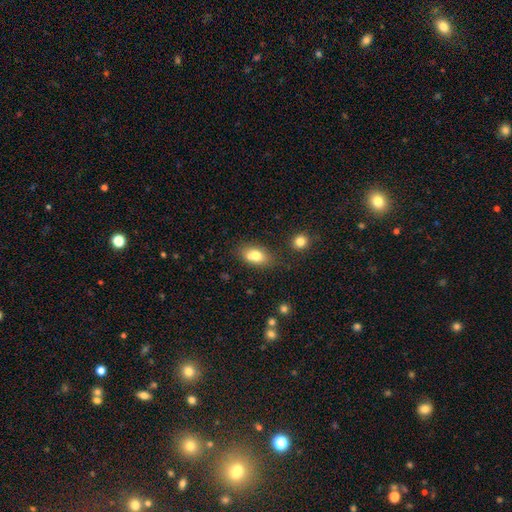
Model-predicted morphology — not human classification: This is likely a smooth galaxy (75%). How rounded: clearly in between (83%). Merging: possibly none (55%).